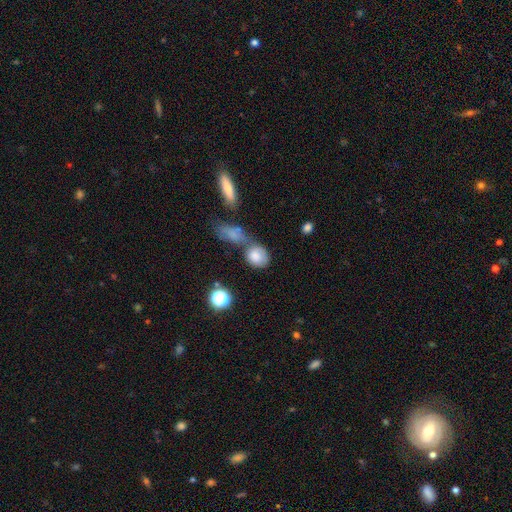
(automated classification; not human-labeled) Morphology: type=smooth (79%); roundness=round (53%); merging=none (40%).